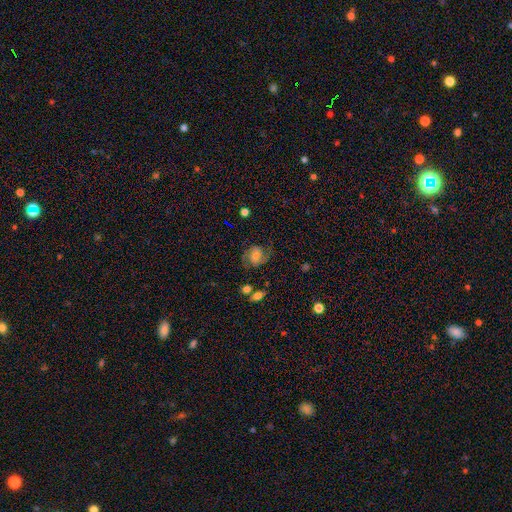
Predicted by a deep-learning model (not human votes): Q: Smooth or featured?
A: featured or disk (72%); runner-up: smooth (19%)
Q: Edge-on disk?
A: no (98%); runner-up: yes (2%)
Q: Bar?
A: no (53%); runner-up: weak (38%)
Q: Spiral arms?
A: yes (94%); runner-up: no (6%)
Q: Spiral winding?
A: medium (53%); runner-up: loose (25%)
Q: Spiral arm count?
A: 2 (87%); runner-up: can't tell (6%)
Q: Bulge size?
A: moderate (43%); runner-up: small (40%)
Q: Merging?
A: none (70%); runner-up: minor disturbance (17%)